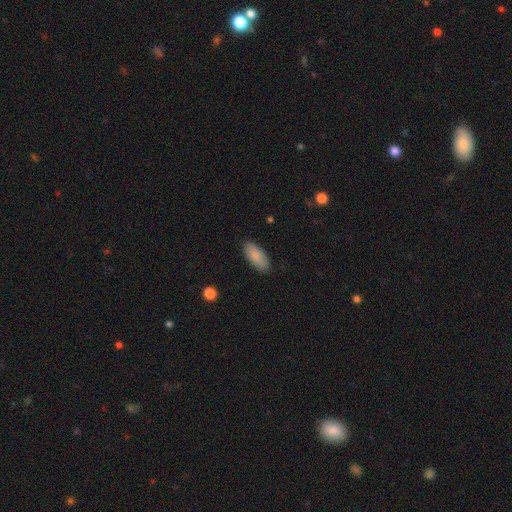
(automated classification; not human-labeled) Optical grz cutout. It shows a smooth galaxy with no disk features (86%) that is in between round and cigar-shaped (87%). Merging: none (87%).